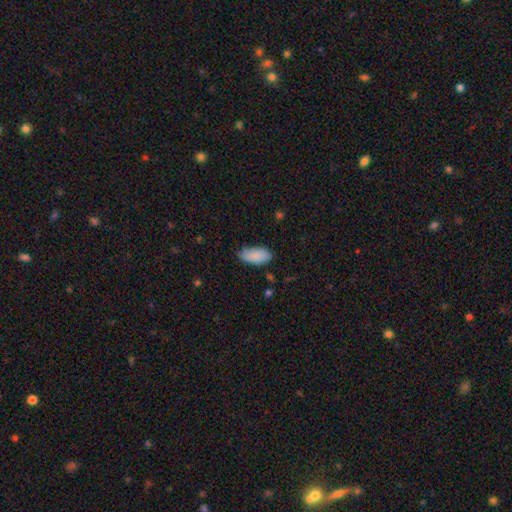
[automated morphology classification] smooth-or-featured: smooth: 88% | star or artifact: 6% | featured or disk: 6%
  how-rounded: in between: 92% | cigar-shaped: 6% | round: 2%
  merging: none: 75% | minor disturbance: 20% | major disturbance: 3% | merger: 1%